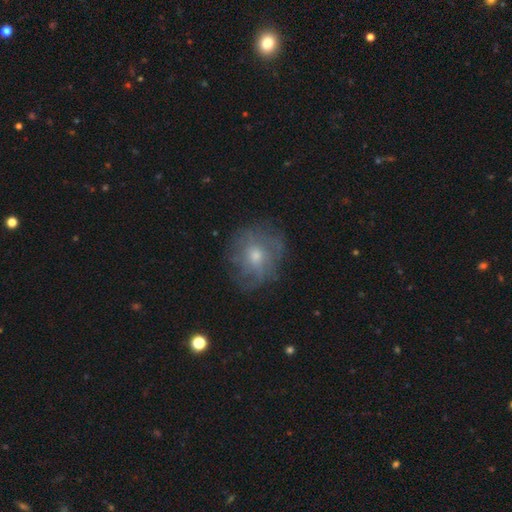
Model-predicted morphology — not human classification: featured or disk 49%, smooth 38%, star or artifact 13%. Down the decision tree: merging — none (71%).